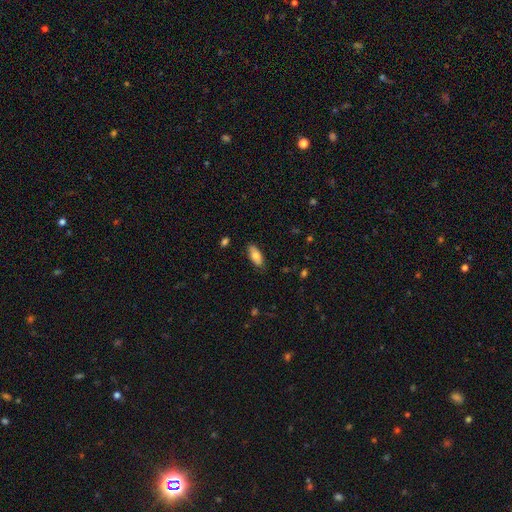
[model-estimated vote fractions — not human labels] The model was most divided on "smooth or featured": smooth: 74%, featured or disk: 19%, star or artifact: 7%. More confident: how rounded — in between (86%); merging — none (84%).